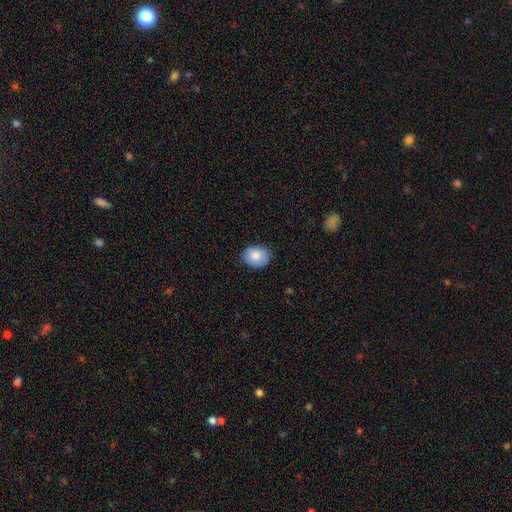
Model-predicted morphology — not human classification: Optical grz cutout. It shows a smooth galaxy with no disk features (85%) that is round (51%). Merging: none (84%).